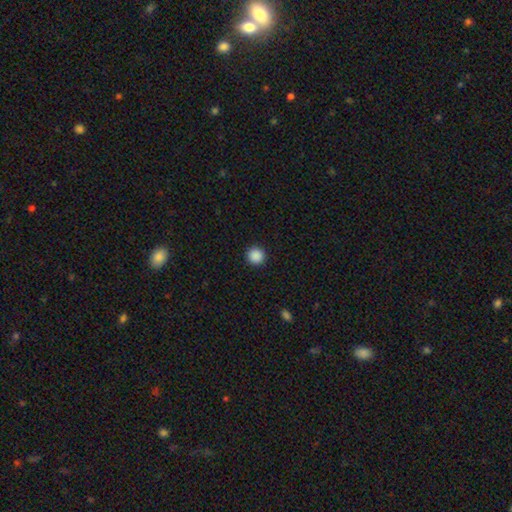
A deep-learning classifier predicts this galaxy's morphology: Q: Smooth or featured?
A: smooth (88%); runner-up: star or artifact (9%)
Q: How rounded?
A: round (95%); runner-up: in between (4%)
Q: Merging?
A: none (93%); runner-up: minor disturbance (5%)